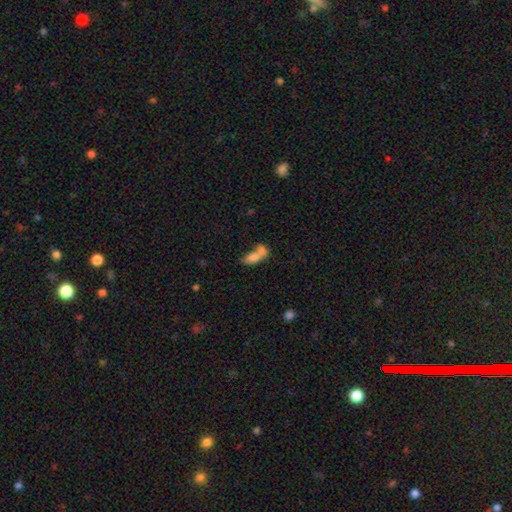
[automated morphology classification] Overall: smooth (74%). How rounded: in between (75%). Merging: merger (62%; none 22%).